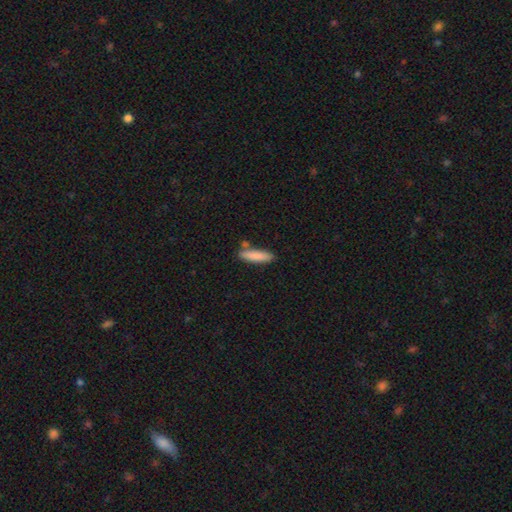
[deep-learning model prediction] smooth_or_featured: smooth (p=0.84) [alt: featured or disk p=0.10]
how_rounded: cigar-shaped (p=0.72) [alt: in between p=0.26]
merging: none (p=0.75) [alt: minor disturbance p=0.13]